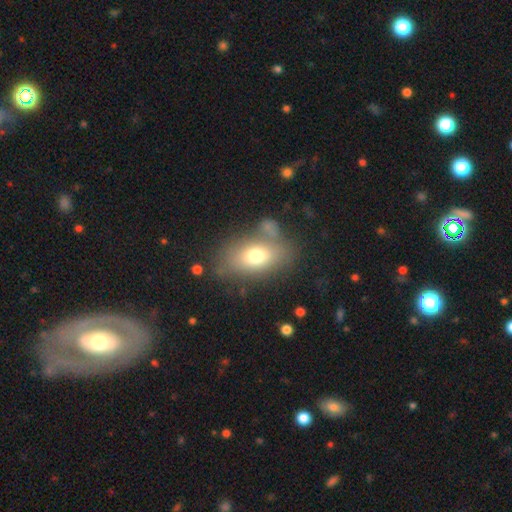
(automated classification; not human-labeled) This appears to be a smooth galaxy with no disk features (70%) that is in between round and cigar-shaped (85%). Merging: none (62%).